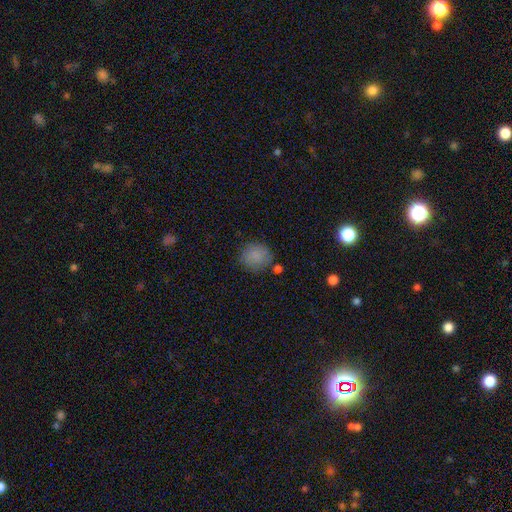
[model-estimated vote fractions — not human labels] Morphology: type=smooth (84%); roundness=round (85%); merging=none (76%).